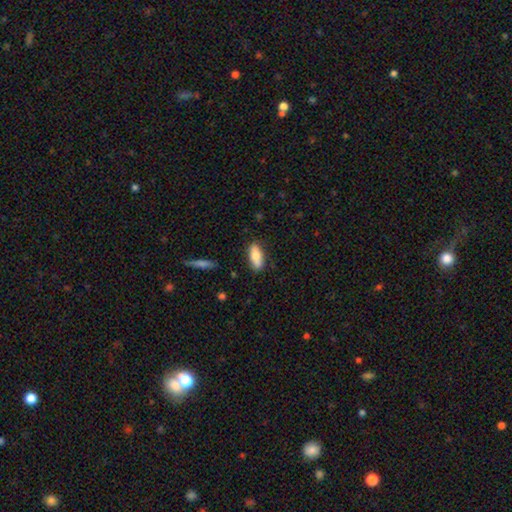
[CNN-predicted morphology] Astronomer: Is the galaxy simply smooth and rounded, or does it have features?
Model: smooth — 75%.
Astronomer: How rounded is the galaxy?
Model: in between — 80%.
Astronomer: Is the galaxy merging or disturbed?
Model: none — 75%.